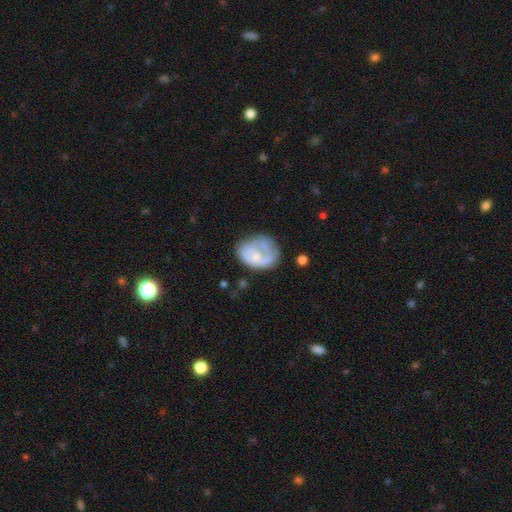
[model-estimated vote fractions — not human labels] A featured or disk galaxy (49%). Merging: none (45%).